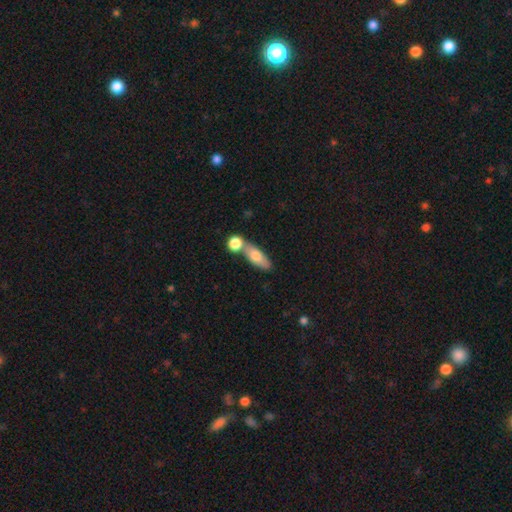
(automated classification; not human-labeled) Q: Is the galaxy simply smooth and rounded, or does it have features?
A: smooth — 72%.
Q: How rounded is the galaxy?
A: in between — 69%.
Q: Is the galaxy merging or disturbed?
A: merger — 43%.